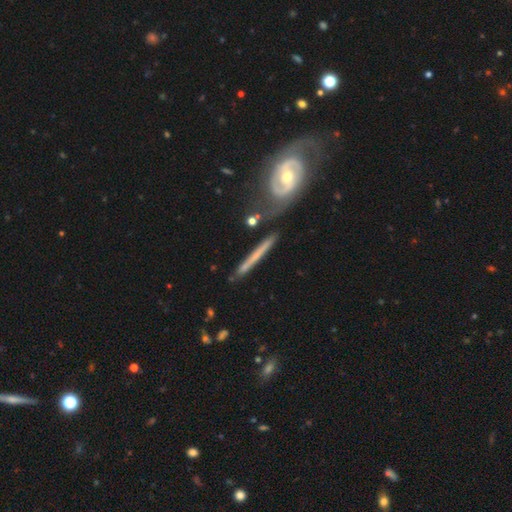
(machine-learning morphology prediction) A featured or disk galaxy (60%) viewed edge-on (79%). Merging: none (69%).